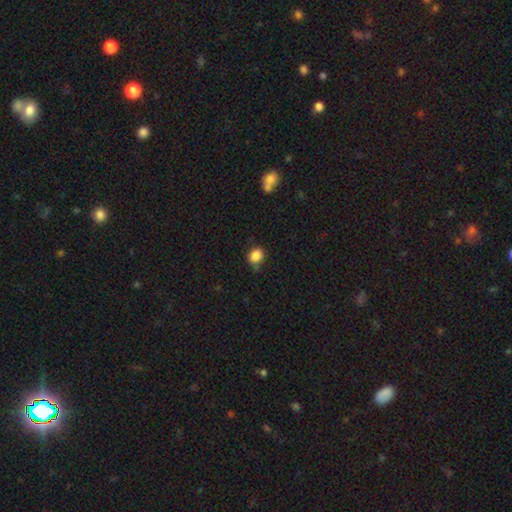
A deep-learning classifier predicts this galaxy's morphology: A smooth galaxy with no disk features (86%) that is round (50%).

Vote fractions:
- Smooth or featured? smooth: 86% / star or artifact: 10% / featured or disk: 4%
- How rounded? round: 50% / in between: 49% / cigar-shaped: 1%
- Merging? none: 73% / minor disturbance: 17% / merger: 5% / major disturbance: 4%